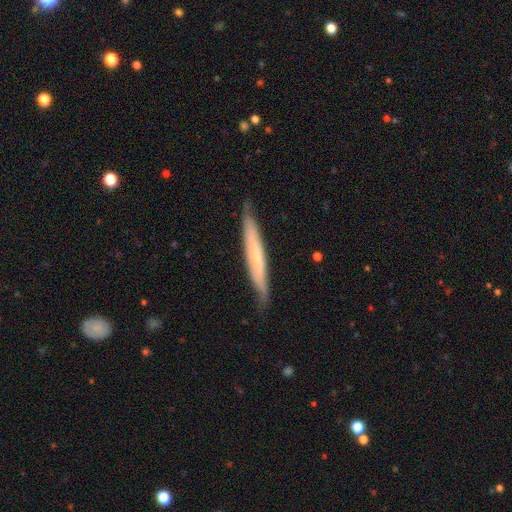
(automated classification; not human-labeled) This appears to be a featured or disk galaxy (48%). Merging: none (83%).